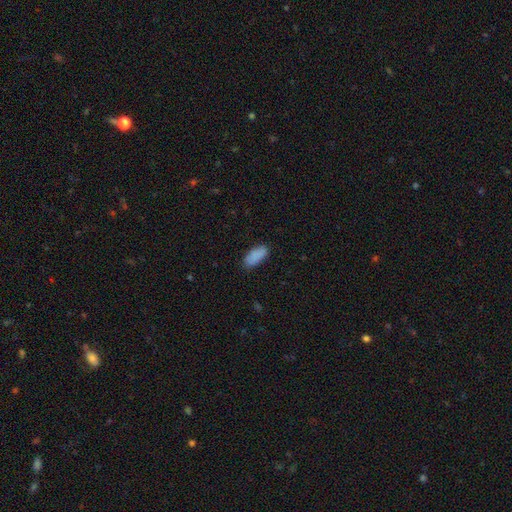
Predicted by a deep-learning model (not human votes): This is clearly a smooth galaxy (87%). How rounded: clearly in between (86%). Merging: clearly none (81%).